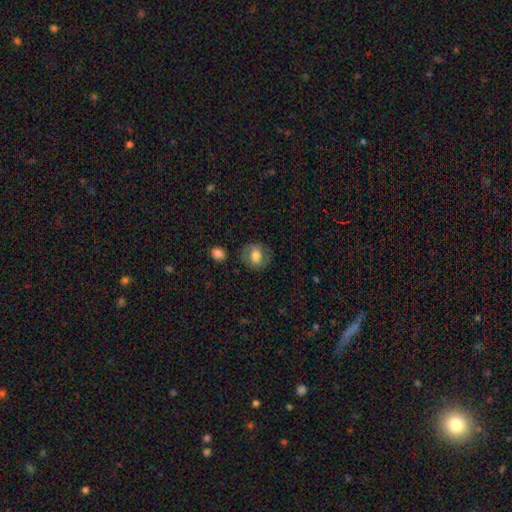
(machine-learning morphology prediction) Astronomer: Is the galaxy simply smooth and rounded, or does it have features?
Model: smooth — 66%.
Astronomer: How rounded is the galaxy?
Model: round — 61% (runner-up: in between, 38%).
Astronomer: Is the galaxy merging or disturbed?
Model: none — 76%.